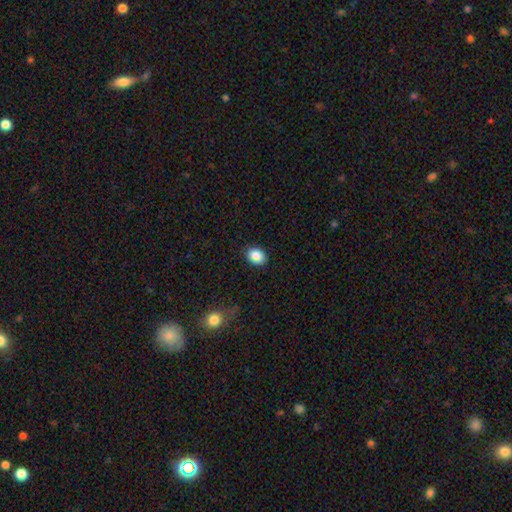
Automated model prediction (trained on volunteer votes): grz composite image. It shows a smooth galaxy with no disk features (87%) that is in between round and cigar-shaped (67%). Merging: none (87%).